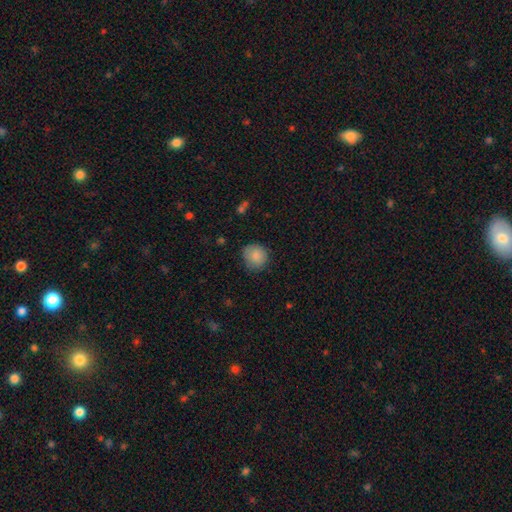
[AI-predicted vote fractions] Smooth or featured: smooth — 85% (star or artifact — 8%)
How rounded: round — 80% (in between — 19%)
Merging: none — 74% (minor disturbance — 21%)